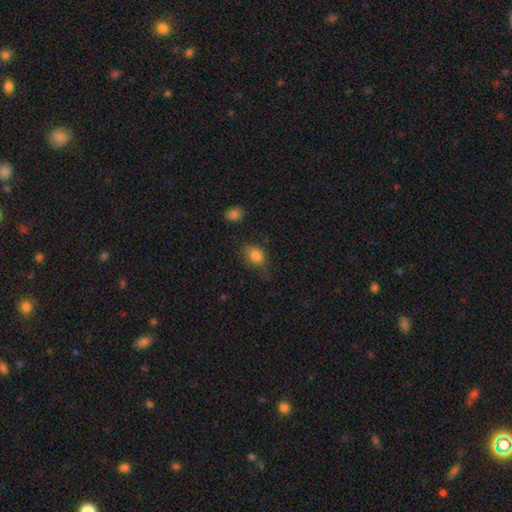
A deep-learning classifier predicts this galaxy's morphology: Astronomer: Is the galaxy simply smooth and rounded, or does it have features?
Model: smooth — 82%.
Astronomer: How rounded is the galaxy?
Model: round — 50% (runner-up: in between, 48%).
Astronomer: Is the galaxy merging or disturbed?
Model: none — 57%.